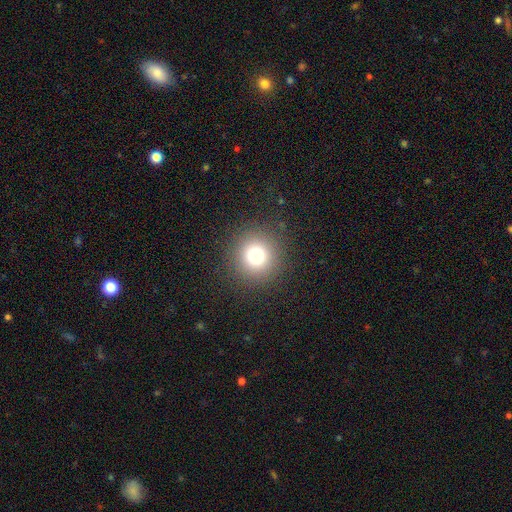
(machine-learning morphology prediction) A smooth galaxy with no disk features (76%) that is round (94%). Merging: none (89%).